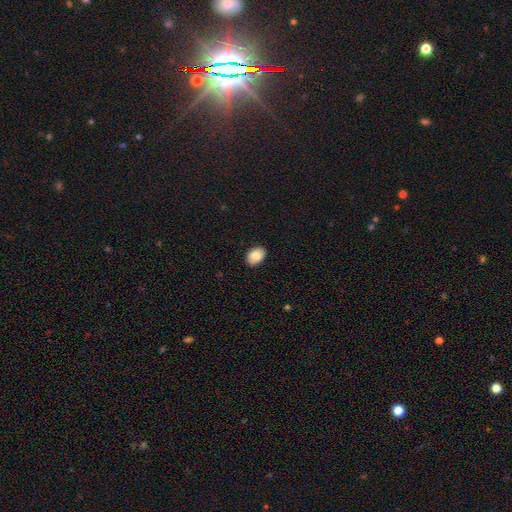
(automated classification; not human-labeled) Morphology: type=smooth (85%); roundness=in between (82%); merging=none (88%).